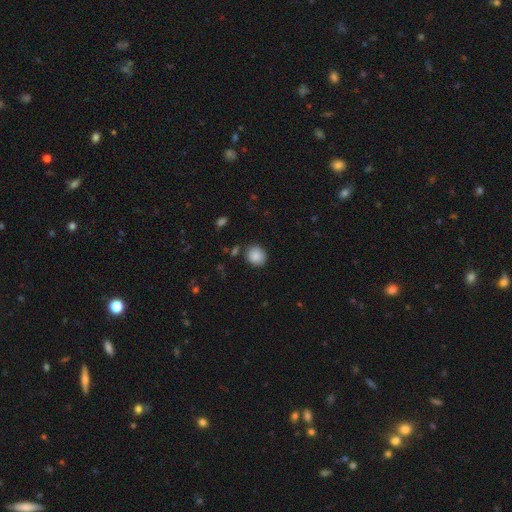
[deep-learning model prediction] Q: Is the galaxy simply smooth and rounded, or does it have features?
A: smooth — 87%.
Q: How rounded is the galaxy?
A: round — 80%.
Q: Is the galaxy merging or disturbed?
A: none — 85%.